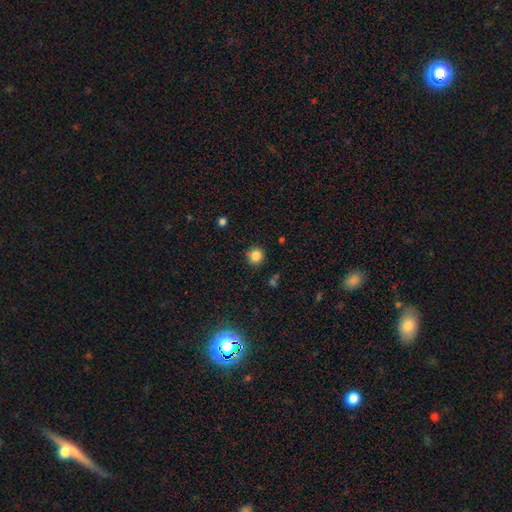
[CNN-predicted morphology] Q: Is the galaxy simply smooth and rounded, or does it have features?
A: smooth — 84%.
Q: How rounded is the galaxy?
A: round — 92%.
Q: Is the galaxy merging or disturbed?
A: none — 89%.